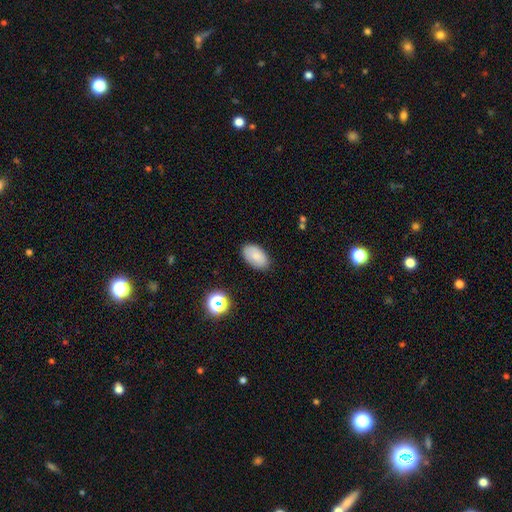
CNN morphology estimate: Q: Smooth or featured?
A: smooth (82%); runner-up: featured or disk (9%)
Q: How rounded?
A: in between (94%); runner-up: round (5%)
Q: Merging?
A: none (85%); runner-up: minor disturbance (11%)